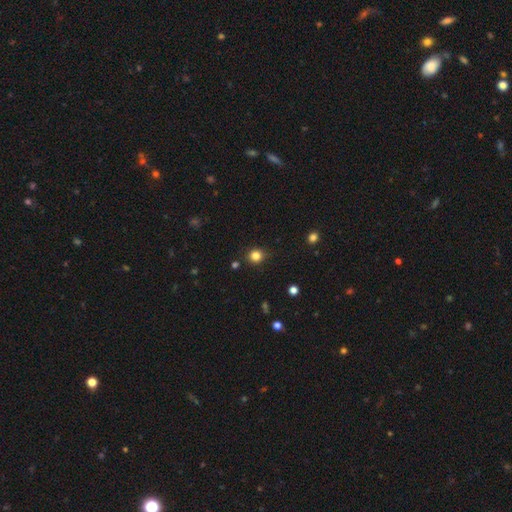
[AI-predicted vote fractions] Smooth or featured?
  - smooth: 83% *
  - star or artifact: 13%
  - featured or disk: 4%
How rounded?
  - round: 88% *
  - in between: 11%
  - cigar-shaped: 1%
Merging?
  - none: 86% *
  - minor disturbance: 10%
  - major disturbance: 3%
  - merger: 2%